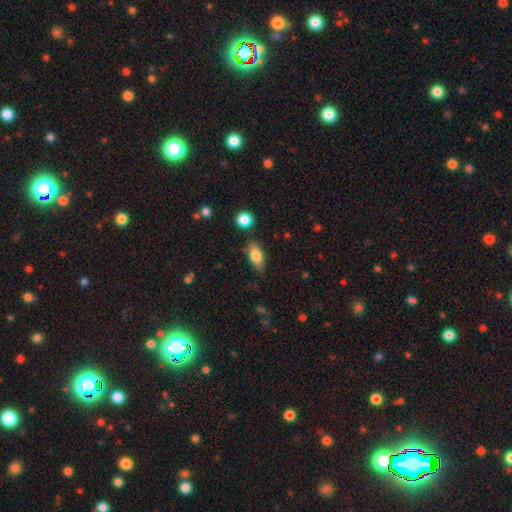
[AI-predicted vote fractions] A smooth galaxy with no disk features (78%) that is in between round and cigar-shaped (83%).

Vote fractions:
- Smooth or featured? smooth: 78% / featured or disk: 14% / star or artifact: 7%
- How rounded? in between: 83% / cigar-shaped: 13% / round: 4%
- Merging? none: 78% / minor disturbance: 15% / merger: 4% / major disturbance: 4%